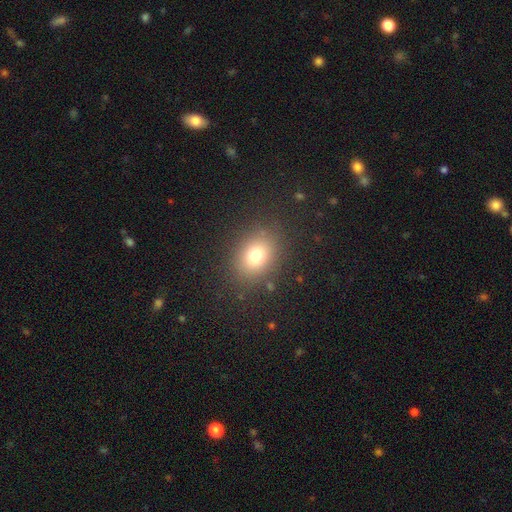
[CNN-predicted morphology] A smooth galaxy with no disk features (74%) that is in between round and cigar-shaped (50%).

Vote fractions:
- Smooth or featured? smooth: 74% / star or artifact: 15% / featured or disk: 11%
- How rounded? in between: 50% / round: 49% / cigar-shaped: 1%
- Merging? none: 84% / minor disturbance: 9% / major disturbance: 5% / merger: 1%